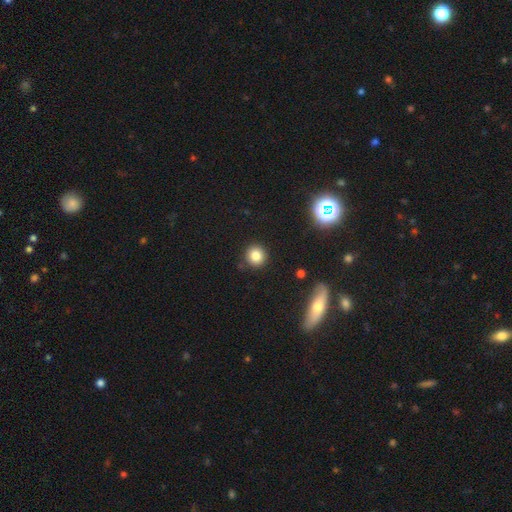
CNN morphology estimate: A smooth galaxy with no disk features (82%) that is round (92%). Merging: none (88%).